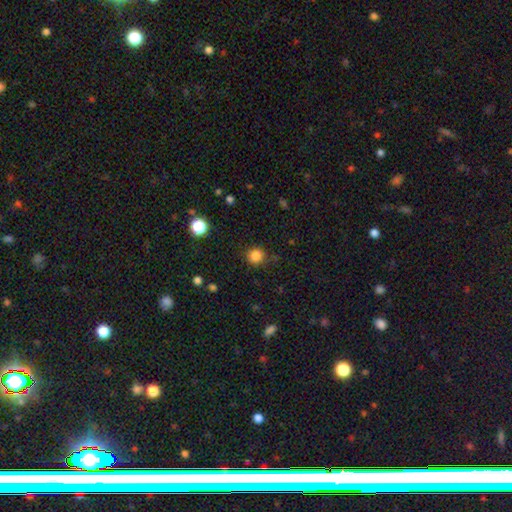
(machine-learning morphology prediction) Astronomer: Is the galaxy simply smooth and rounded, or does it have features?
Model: smooth — 84%.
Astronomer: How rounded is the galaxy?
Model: round — 92%.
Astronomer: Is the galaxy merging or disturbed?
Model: none — 87%.